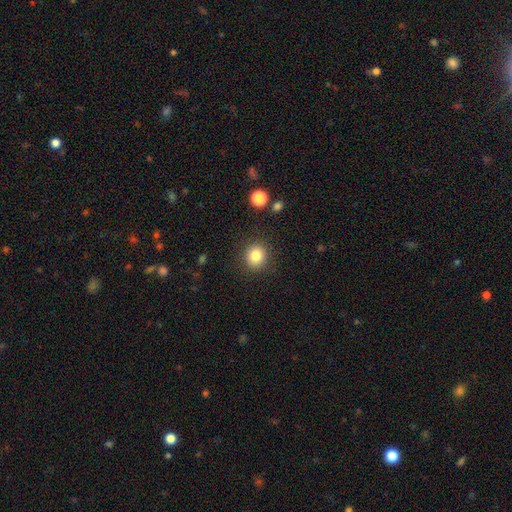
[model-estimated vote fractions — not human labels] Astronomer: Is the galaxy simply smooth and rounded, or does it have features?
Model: smooth — 83%.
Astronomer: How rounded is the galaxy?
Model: round — 85%.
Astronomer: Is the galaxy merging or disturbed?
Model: none — 89%.